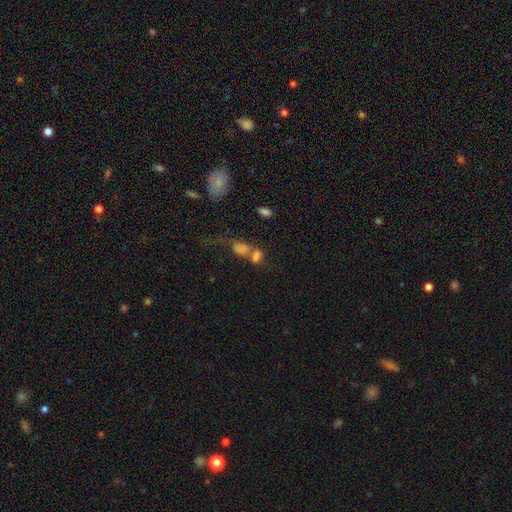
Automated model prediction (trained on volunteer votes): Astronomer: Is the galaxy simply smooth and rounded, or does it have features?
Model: smooth — 68%.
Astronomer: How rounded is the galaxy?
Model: in between — 73%.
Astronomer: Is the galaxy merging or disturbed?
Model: merger — 62%.